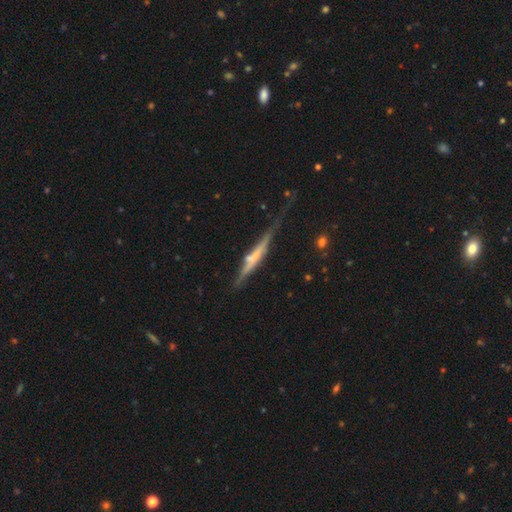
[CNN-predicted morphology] A featured or disk galaxy (67%) viewed edge-on (95%) with no central bulge (44%).

Vote fractions:
- Smooth or featured? featured or disk: 67% / smooth: 27% / star or artifact: 7%
- Edge-on disk? yes: 95% / no: 5%
- Edge-on bulge? none: 44% / rounded: 38% / boxy: 18%
- Merging? none: 57% / minor disturbance: 27% / major disturbance: 12% / merger: 5%